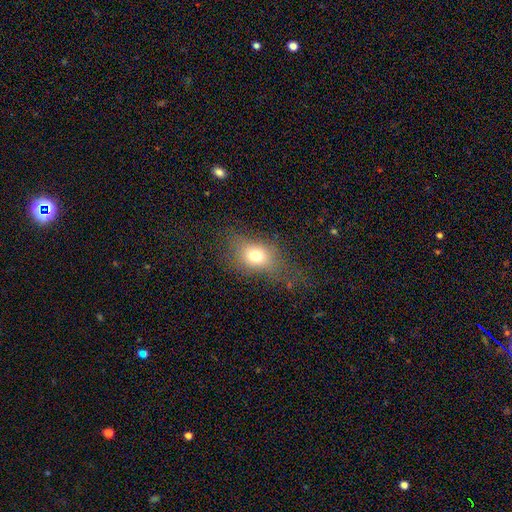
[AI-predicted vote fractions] smooth 72%, featured or disk 14%, star or artifact 14%. Down the decision tree: how rounded — in between (63%); merging — none (59%).